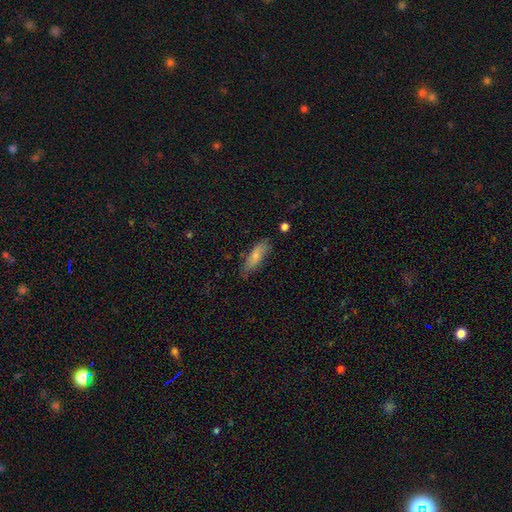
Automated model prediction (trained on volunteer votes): Smooth or featured: smooth — 76% (featured or disk — 17%)
How rounded: in between — 56% (cigar-shaped — 42%)
Merging: none — 75% (minor disturbance — 19%)